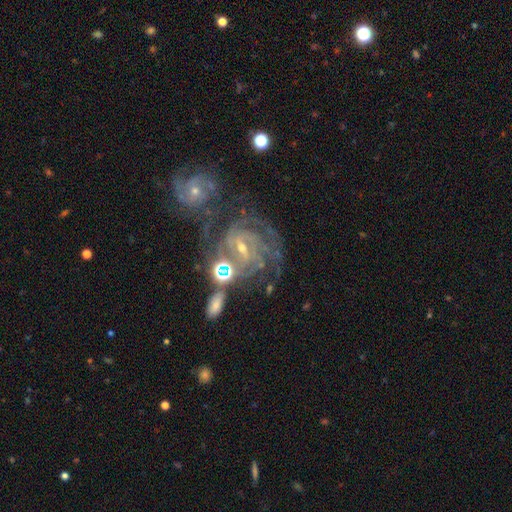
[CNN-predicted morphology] Smooth or featured?
  - featured or disk: 69% *
  - star or artifact: 18%
  - smooth: 13%
Edge-on disk?
  - no: 96% *
  - yes: 4%
Bar?
  - no: 56% *
  - weak: 32%
  - strong: 12%
Spiral arms?
  - yes: 84% *
  - no: 16%
Spiral winding?
  - tight: 62% *
  - medium: 28%
  - loose: 9%
Spiral arm count?
  - can't tell: 39% *
  - 2: 23%
  - 3: 15%
  - 4: 8%
  - 1: 8%
  - more than 4: 7%
Bulge size?
  - small: 65% *
  - moderate: 26%
  - none: 4%
  - large: 2%
  - dominant: 2%
Merging?
  - none: 47% *
  - merger: 29%
  - minor disturbance: 13%
  - major disturbance: 11%